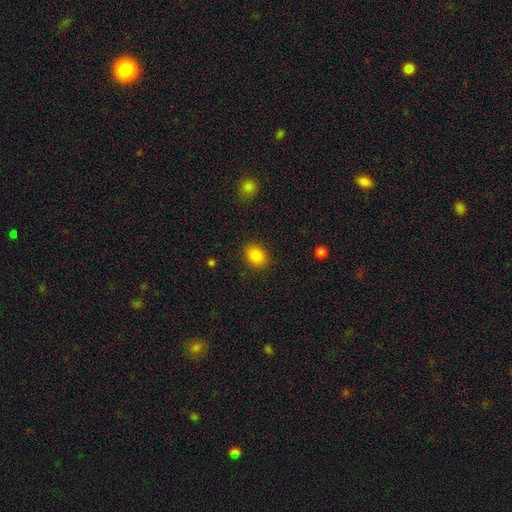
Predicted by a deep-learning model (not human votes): Smooth or featured: smooth — 85% (star or artifact — 10%)
How rounded: in between — 56% (round — 43%)
Merging: none — 88% (minor disturbance — 8%)